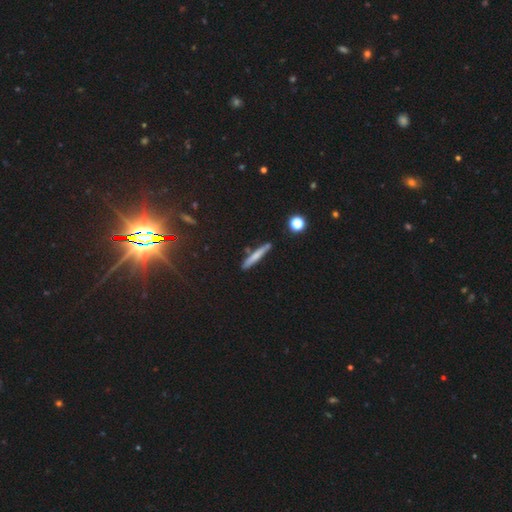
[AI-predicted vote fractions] Smooth or featured? Predicted: smooth (p=0.63). How rounded? Predicted: cigar-shaped (p=0.94). Merging? Predicted: none (p=0.82).